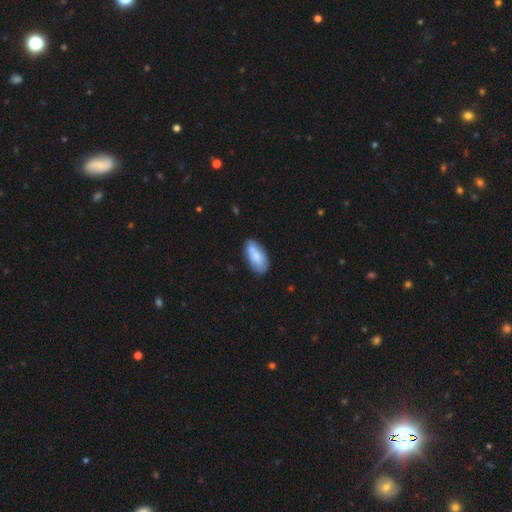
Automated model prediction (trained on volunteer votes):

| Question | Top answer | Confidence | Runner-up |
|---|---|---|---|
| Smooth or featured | smooth | 72% | featured or disk (22%) |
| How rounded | in between | 89% | cigar-shaped (9%) |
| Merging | none | 66% | minor disturbance (21%) |